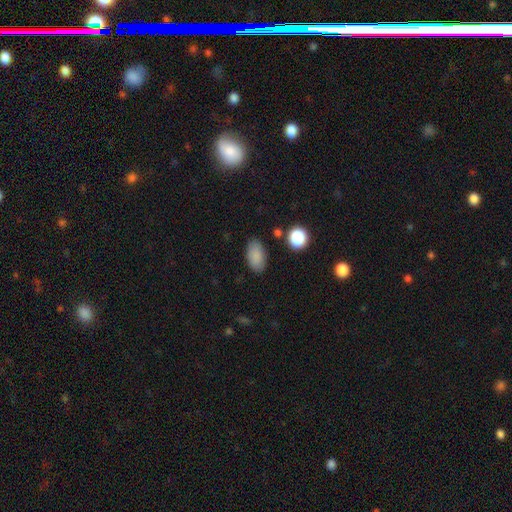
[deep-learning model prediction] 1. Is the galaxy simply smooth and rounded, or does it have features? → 86% smooth, 9% star or artifact, 5% featured or disk.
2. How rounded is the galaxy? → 93% in between, 5% round, 2% cigar-shaped.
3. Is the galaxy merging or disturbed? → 83% none, 11% minor disturbance, 3% major disturbance, 2% merger.